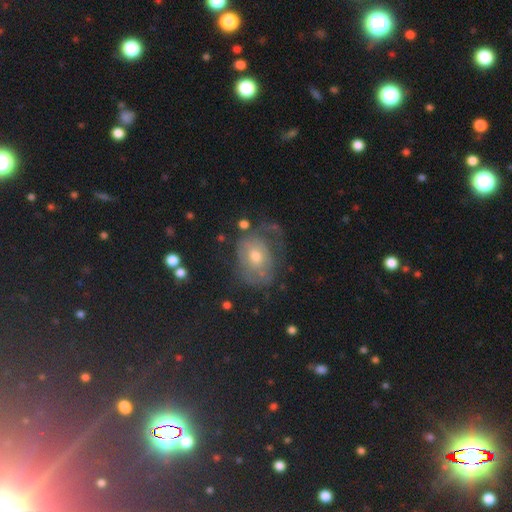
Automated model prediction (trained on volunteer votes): A featured or disk galaxy (52%) with no bar (76%), spiral arms (62%) and a moderate central bulge (61%). Merging: none (44%).